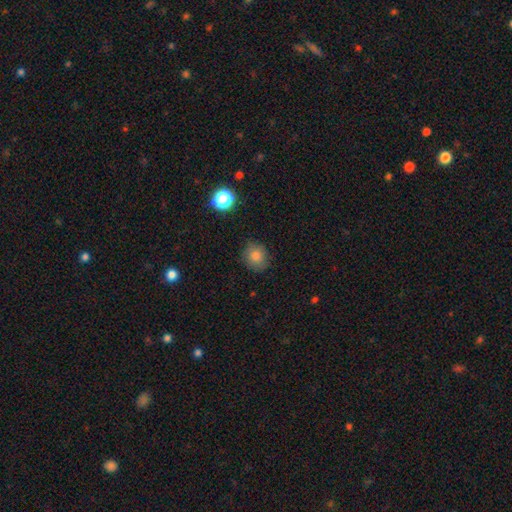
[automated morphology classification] smooth-or-featured: smooth: 80% | star or artifact: 12% | featured or disk: 8%
  how-rounded: round: 84% | in between: 15% | cigar-shaped: 1%
  merging: none: 83% | minor disturbance: 13% | major disturbance: 3% | merger: 1%